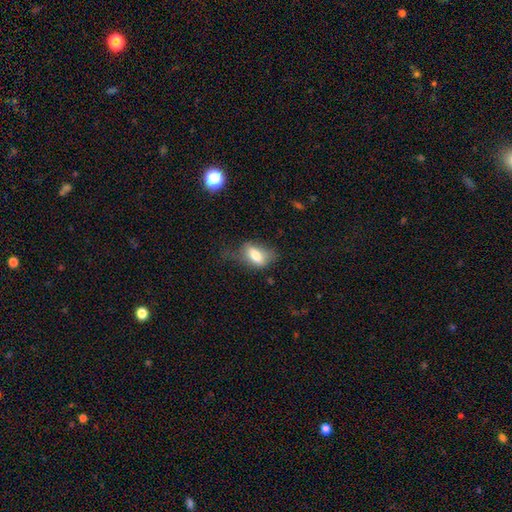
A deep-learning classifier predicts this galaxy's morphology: The model was most divided on "merging": none: 46%, minor disturbance: 31%, major disturbance: 20%, merger: 2%. More confident: how rounded — in between (85%); smooth or featured — smooth (72%).